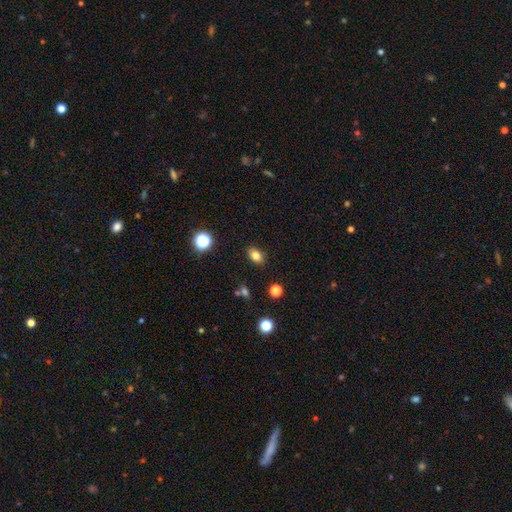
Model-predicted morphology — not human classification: Smooth or featured? smooth (79%)
How rounded? in between (80%)
Merging? none (86%)